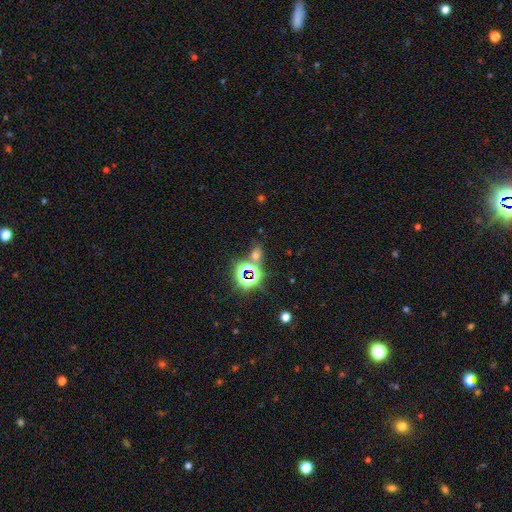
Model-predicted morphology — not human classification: A star or artifact, not a galaxy (54%).

Vote fractions:
- Smooth or featured? star or artifact: 54% / smooth: 38% / featured or disk: 8%